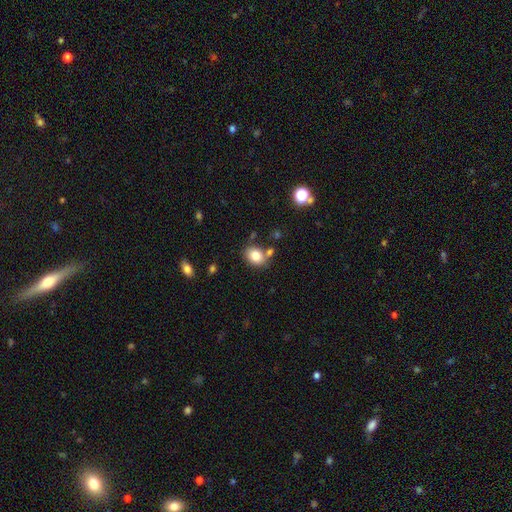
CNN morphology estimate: This appears to be a smooth galaxy with no disk features (81%) that is in between round and cigar-shaped (56%). Merging: none (68%).